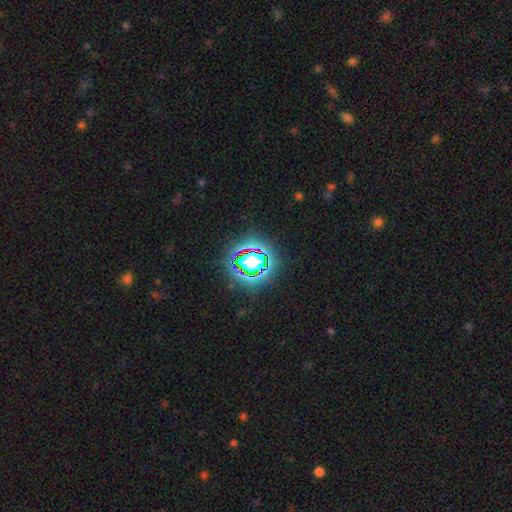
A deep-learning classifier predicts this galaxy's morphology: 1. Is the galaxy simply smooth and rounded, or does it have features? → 76% star or artifact, 15% smooth, 9% featured or disk.